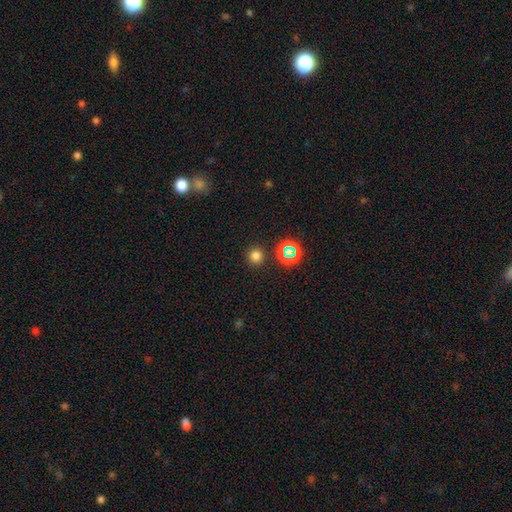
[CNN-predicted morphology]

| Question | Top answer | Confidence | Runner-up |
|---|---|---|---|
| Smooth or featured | smooth | 74% | star or artifact (21%) |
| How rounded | round | 93% | in between (6%) |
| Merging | none | 89% | minor disturbance (6%) |